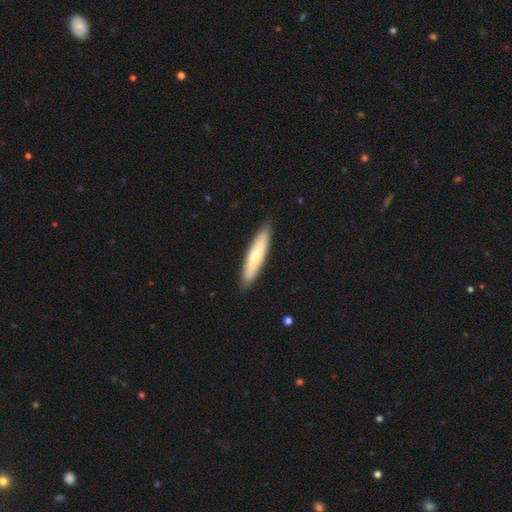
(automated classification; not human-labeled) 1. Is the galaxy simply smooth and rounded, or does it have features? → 63% smooth, 32% featured or disk, 5% star or artifact.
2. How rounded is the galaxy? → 84% cigar-shaped, 15% in between, 1% round.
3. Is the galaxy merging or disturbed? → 89% none, 9% minor disturbance, 2% major disturbance, 1% merger.